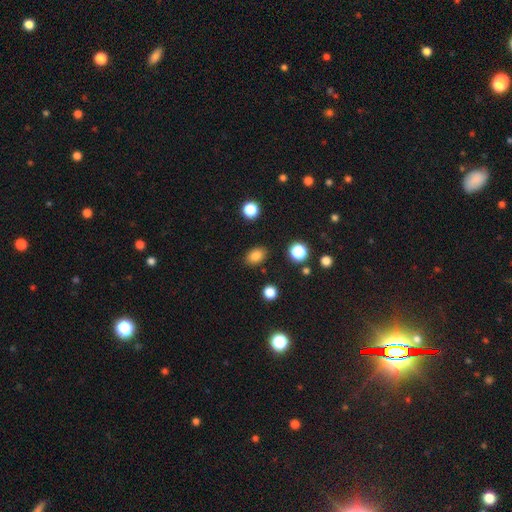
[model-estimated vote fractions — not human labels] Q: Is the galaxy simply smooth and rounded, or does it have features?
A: smooth — 83%.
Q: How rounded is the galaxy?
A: in between — 75%.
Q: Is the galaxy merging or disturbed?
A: none — 86%.